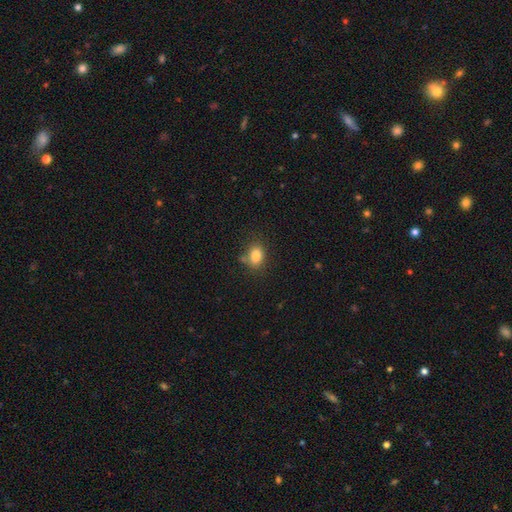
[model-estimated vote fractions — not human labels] Smooth or featured? smooth (83%)
How rounded? in between (62%)
Merging? none (71%)